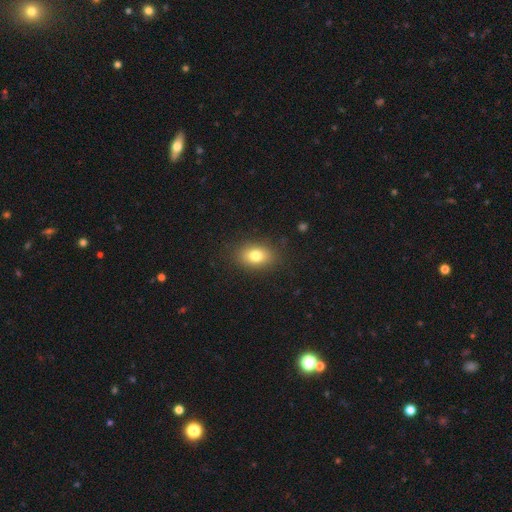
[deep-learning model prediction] Morphology: type=smooth (79%); roundness=in between (78%); merging=none (86%).